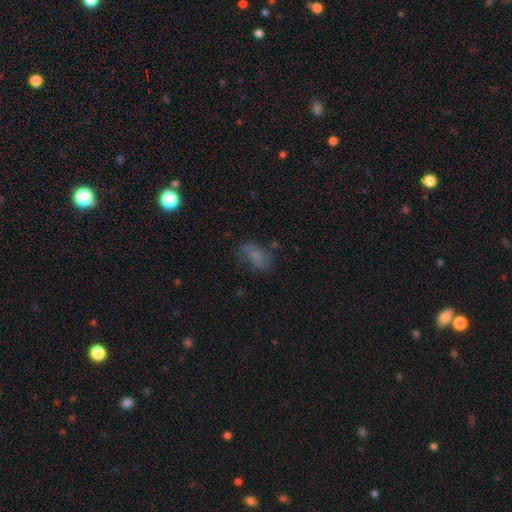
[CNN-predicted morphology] Smooth or featured? Predicted: smooth (p=0.59). How rounded? Predicted: in between (p=0.84). Merging? Predicted: none (p=0.60).